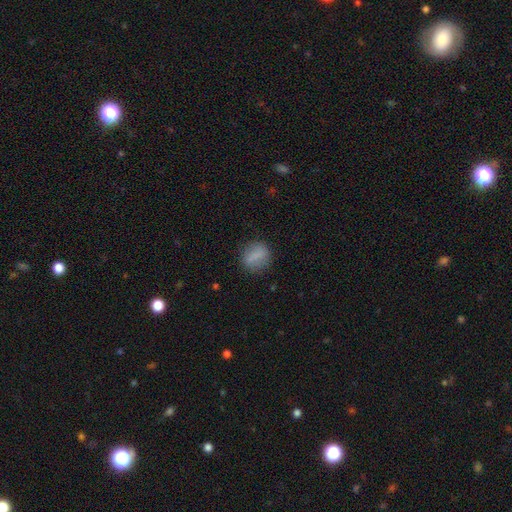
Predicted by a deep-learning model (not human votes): smooth-or-featured: smooth: 75% | featured or disk: 16% | star or artifact: 9%
  how-rounded: round: 59% | in between: 36% | cigar-shaped: 5%
  merging: none: 83% | minor disturbance: 11% | major disturbance: 4% | merger: 1%